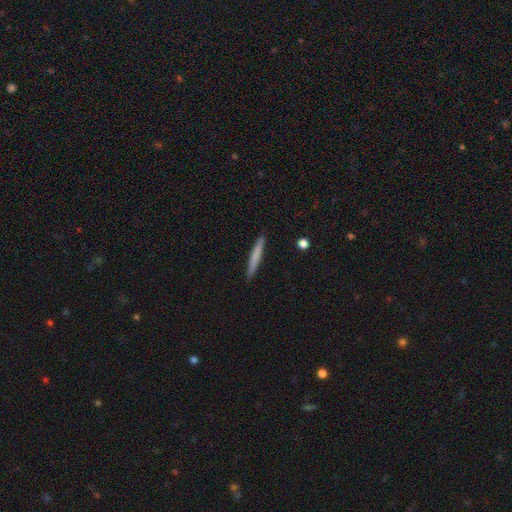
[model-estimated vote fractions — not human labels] smooth-or-featured: smooth: 70% | featured or disk: 25% | star or artifact: 6%
  how-rounded: cigar-shaped: 96% | in between: 2% | round: 1%
  merging: none: 91% | minor disturbance: 6% | major disturbance: 1% | merger: 1%